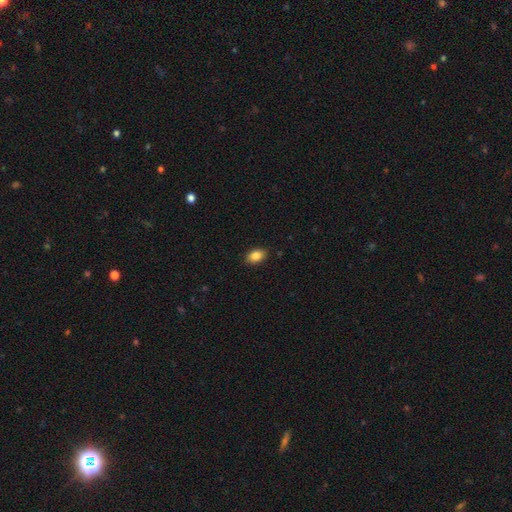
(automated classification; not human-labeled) A smooth galaxy with no disk features (87%) that is in between round and cigar-shaped (84%). Merging: none (86%).